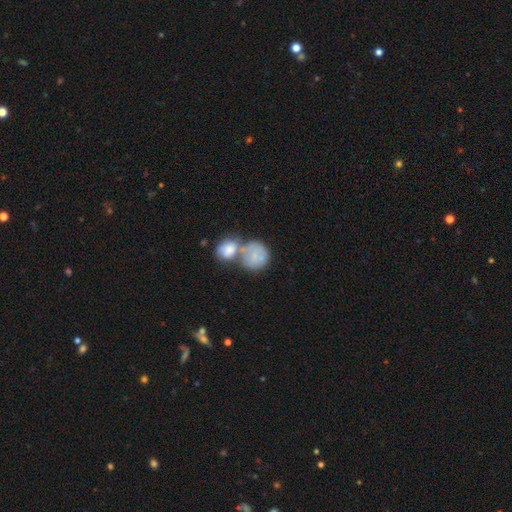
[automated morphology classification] Smooth or featured: smooth — 71% (featured or disk — 22%)
How rounded: round — 78% (in between — 21%)
Merging: merger — 59% (none — 23%)